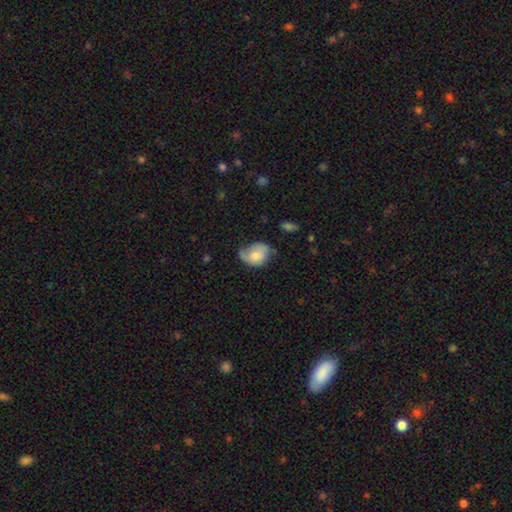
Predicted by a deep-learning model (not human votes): The model was most divided on "merging": none: 43%, minor disturbance: 38%, major disturbance: 17%, merger: 3%. More confident: how rounded — in between (56%); smooth or featured — smooth (51%).